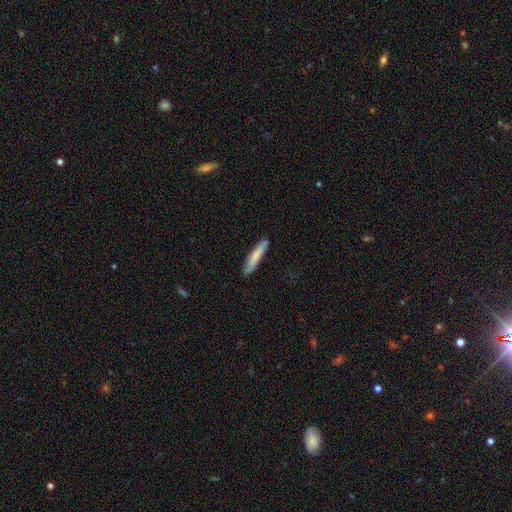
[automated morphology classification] Overall: smooth (78%). How rounded: cigar-shaped (92%). Merging: none (87%).